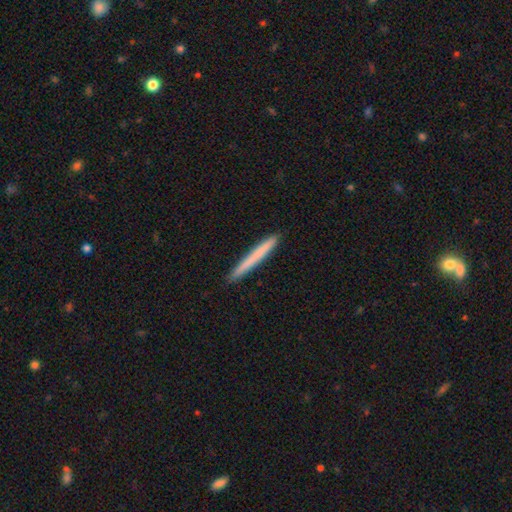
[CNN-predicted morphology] type=smooth (68%); roundness=cigar-shaped (97%); merging=none (92%).